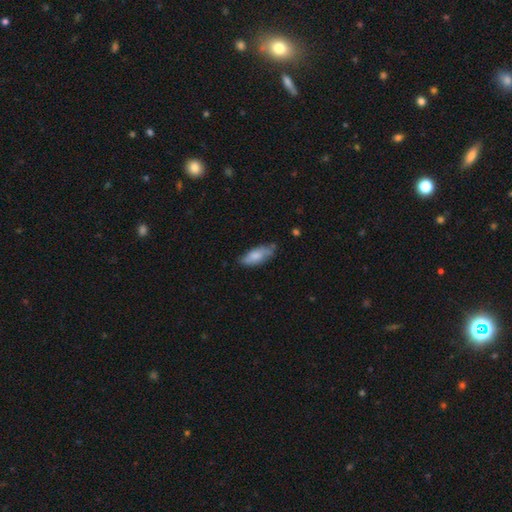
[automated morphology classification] Smooth or featured? smooth (74%)
How rounded? in between (74%)
Merging? none (62%)